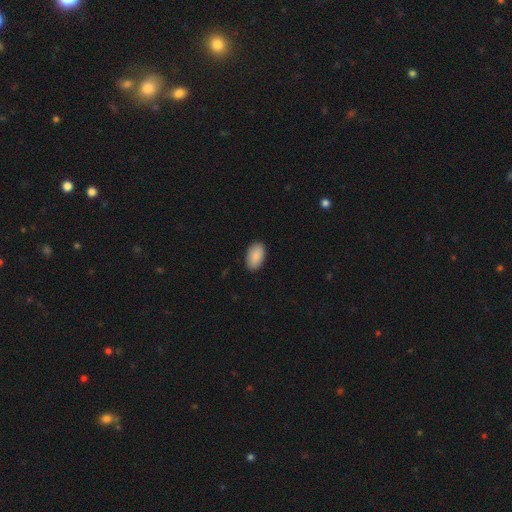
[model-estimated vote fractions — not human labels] smooth 88%, star or artifact 6%, featured or disk 6%. Down the decision tree: how rounded — in between (94%); merging — none (89%).